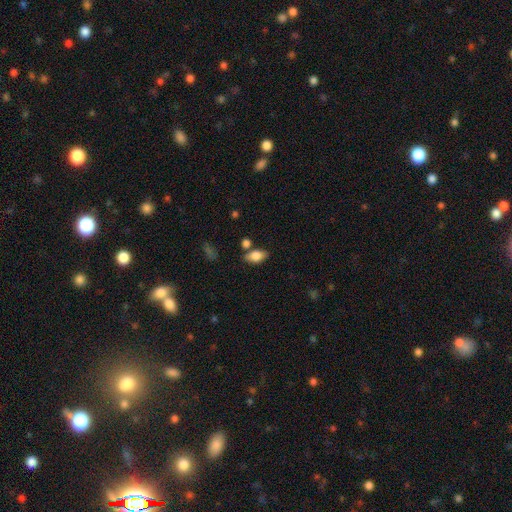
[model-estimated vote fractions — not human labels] smooth 83%, featured or disk 10%, star or artifact 8%. Down the decision tree: how rounded — in between (90%); merging — none (68%).